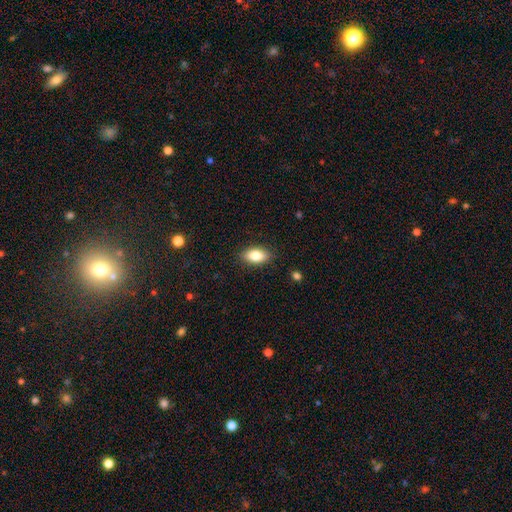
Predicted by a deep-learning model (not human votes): Smooth or featured?
  - smooth: 84% *
  - featured or disk: 8%
  - star or artifact: 7%
How rounded?
  - in between: 91% *
  - round: 6%
  - cigar-shaped: 3%
Merging?
  - none: 88% *
  - minor disturbance: 9%
  - major disturbance: 2%
  - merger: 1%